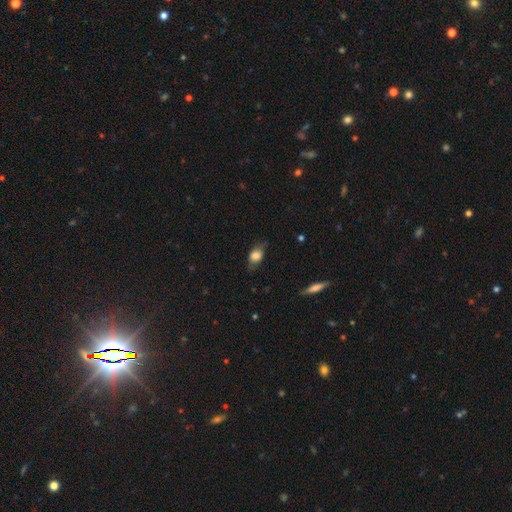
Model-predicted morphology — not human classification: Smooth or featured?
  - smooth: 71% *
  - featured or disk: 20%
  - star or artifact: 8%
How rounded?
  - in between: 76% *
  - round: 19%
  - cigar-shaped: 5%
Merging?
  - none: 60% *
  - minor disturbance: 28%
  - major disturbance: 10%
  - merger: 1%